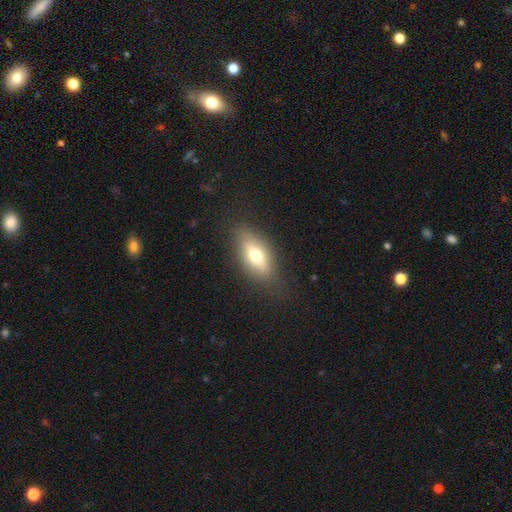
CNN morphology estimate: type=smooth (64%); roundness=in between (80%); merging=none (80%).